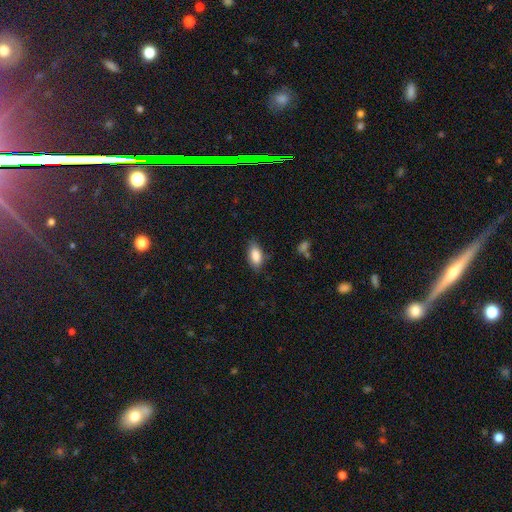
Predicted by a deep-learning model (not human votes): Overall: smooth (87%). How rounded: in between (90%). Merging: none (80%).